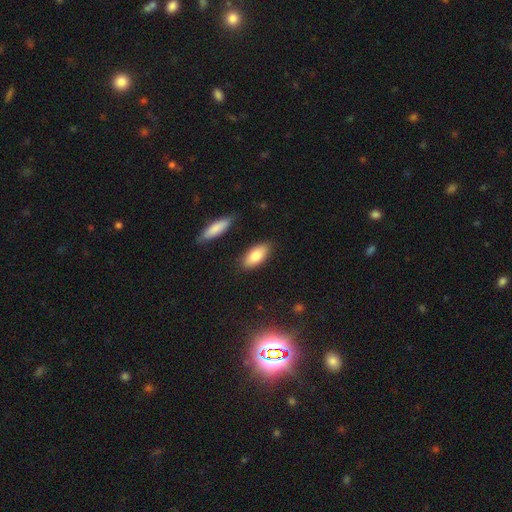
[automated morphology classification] smooth 81%, featured or disk 13%, star or artifact 6%. Down the decision tree: how rounded — in between (88%); merging — none (85%).